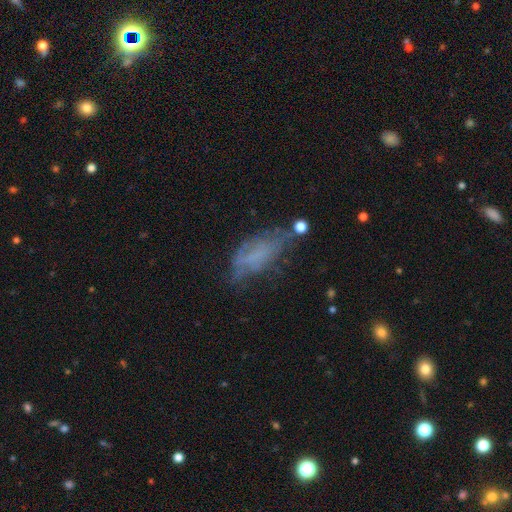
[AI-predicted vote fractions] smooth 46%, featured or disk 38%, star or artifact 15%. Down the decision tree: merging — none (42%).